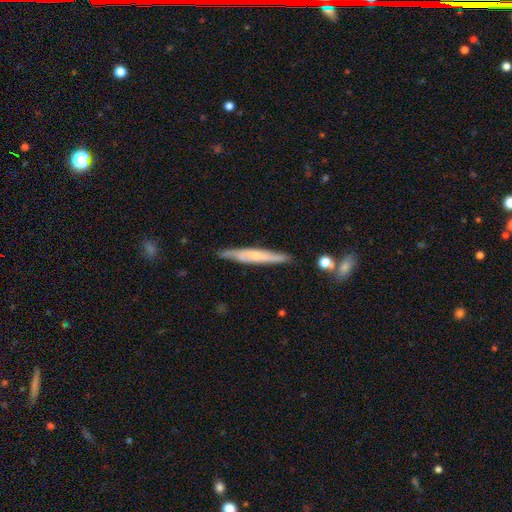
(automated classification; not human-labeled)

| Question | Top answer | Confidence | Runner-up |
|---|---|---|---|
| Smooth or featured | featured or disk | 52% | smooth (42%) |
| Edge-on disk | yes | 88% | no (12%) |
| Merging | none | 81% | minor disturbance (14%) |